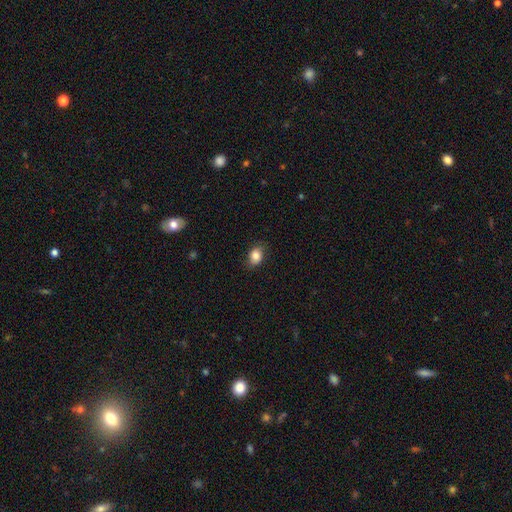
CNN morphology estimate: Q: Smooth or featured?
A: smooth (82%); runner-up: featured or disk (9%)
Q: How rounded?
A: in between (70%); runner-up: round (29%)
Q: Merging?
A: none (81%); runner-up: minor disturbance (15%)